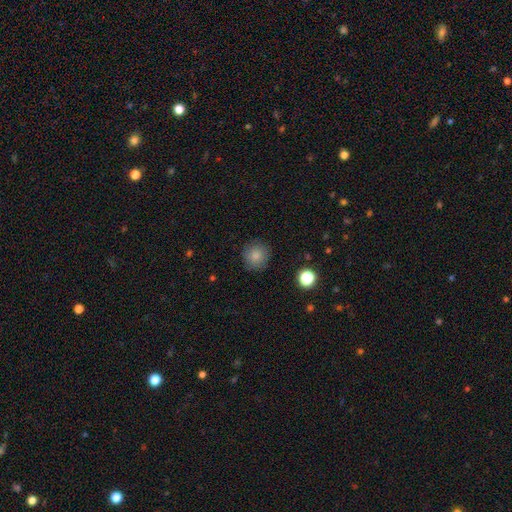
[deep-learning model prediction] Morphology: type=smooth (83%); roundness=round (93%); merging=none (86%).